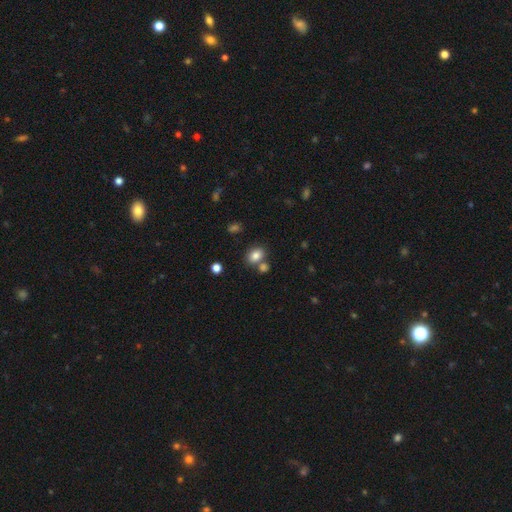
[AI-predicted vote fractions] Morphology: type=smooth (82%); roundness=in between (67%); merging=none (62%).